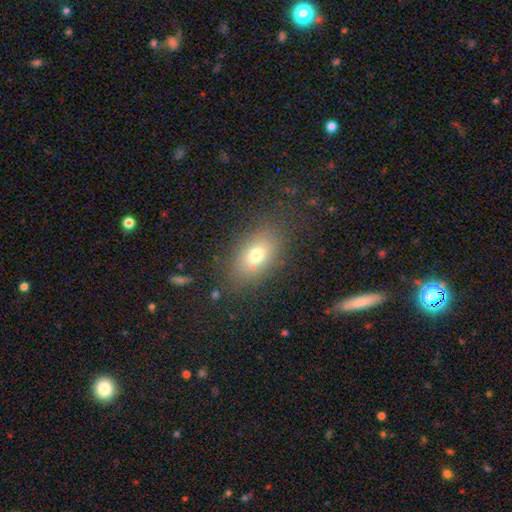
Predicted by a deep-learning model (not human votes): Smooth or featured? smooth (68%)
How rounded? in between (80%)
Merging? none (83%)